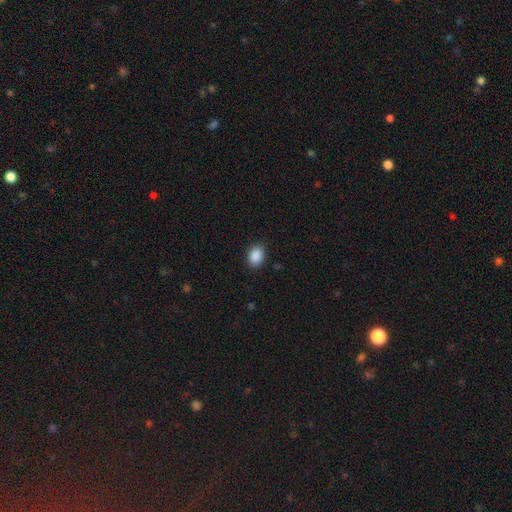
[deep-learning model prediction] smooth 89%, star or artifact 8%, featured or disk 3%. Down the decision tree: how rounded — in between (74%); merging — none (88%).